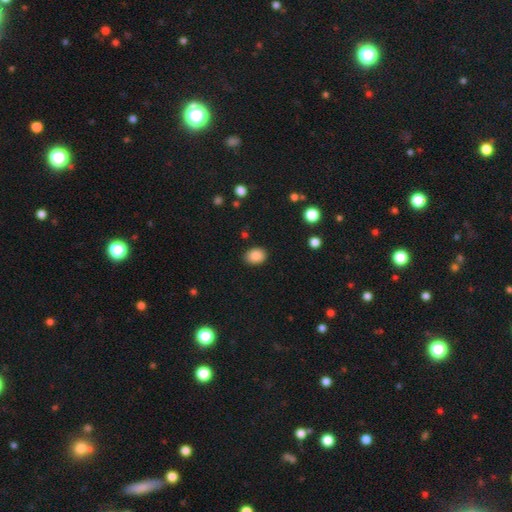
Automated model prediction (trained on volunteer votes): A smooth galaxy with no disk features (88%) that is in between round and cigar-shaped (66%). Merging: none (86%).